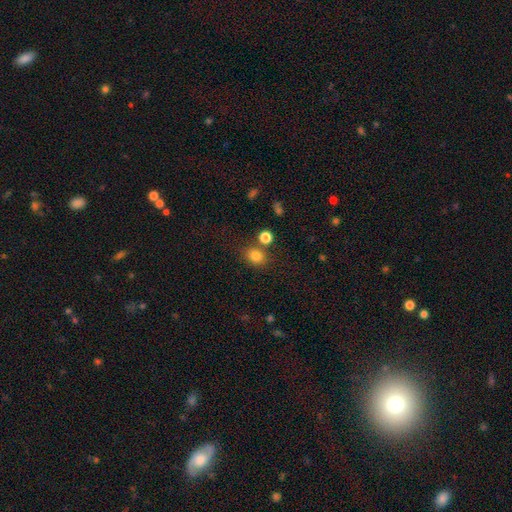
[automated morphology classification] smooth_or_featured: smooth (p=0.82) [alt: star or artifact p=0.12]
how_rounded: round (p=0.59) [alt: in between p=0.40]
merging: none (p=0.72) [alt: merger p=0.13]